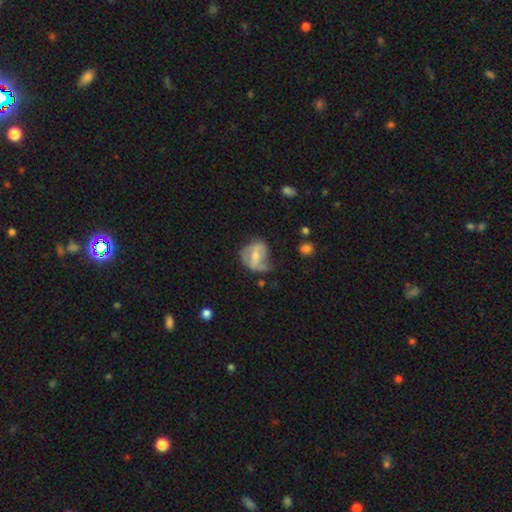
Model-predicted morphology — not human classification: Smooth or featured?
  - featured or disk: 51% *
  - smooth: 42%
  - star or artifact: 7%
Edge-on disk?
  - no: 95% *
  - yes: 5%
Merging?
  - none: 40% *
  - minor disturbance: 34%
  - major disturbance: 24%
  - merger: 3%